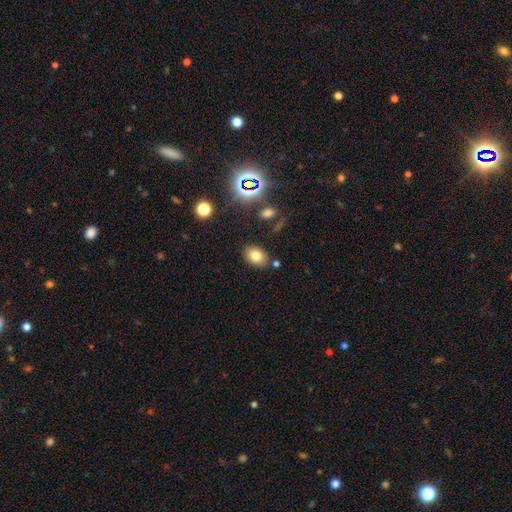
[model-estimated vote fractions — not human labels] Smooth or featured: smooth — 76% (star or artifact — 13%)
How rounded: in between — 78% (round — 21%)
Merging: none — 82% (minor disturbance — 11%)